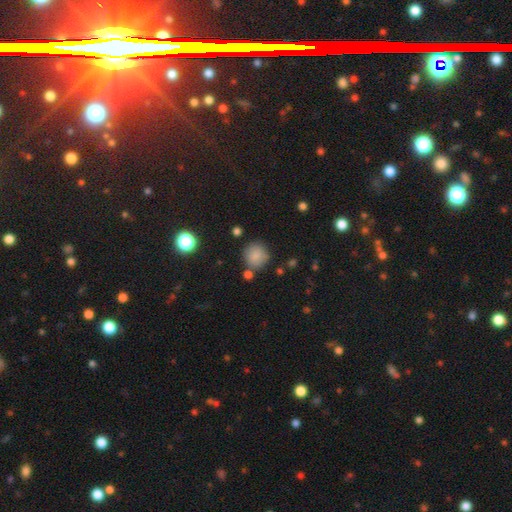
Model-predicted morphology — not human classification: Smooth or featured?
  - smooth: 82% *
  - star or artifact: 11%
  - featured or disk: 7%
How rounded?
  - round: 90% *
  - in between: 9%
  - cigar-shaped: 1%
Merging?
  - none: 76% *
  - minor disturbance: 12%
  - merger: 8%
  - major disturbance: 4%